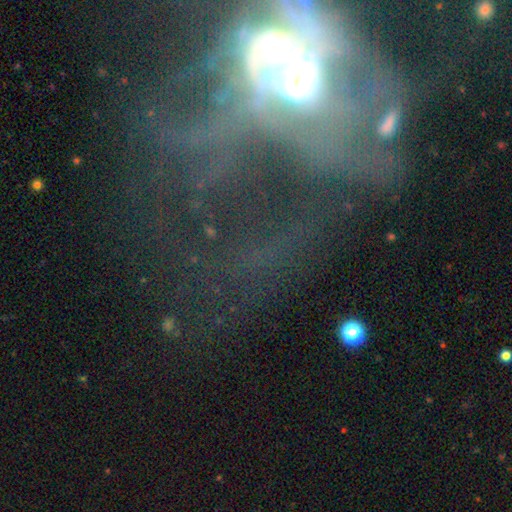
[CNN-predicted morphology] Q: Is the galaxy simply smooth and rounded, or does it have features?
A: featured or disk — 59%.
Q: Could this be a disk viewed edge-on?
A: no — 93%.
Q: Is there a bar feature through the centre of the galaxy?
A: no — 77%.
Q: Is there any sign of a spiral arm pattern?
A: no — 68%.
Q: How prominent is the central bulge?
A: moderate — 56%.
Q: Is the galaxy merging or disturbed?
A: merger — 43%.